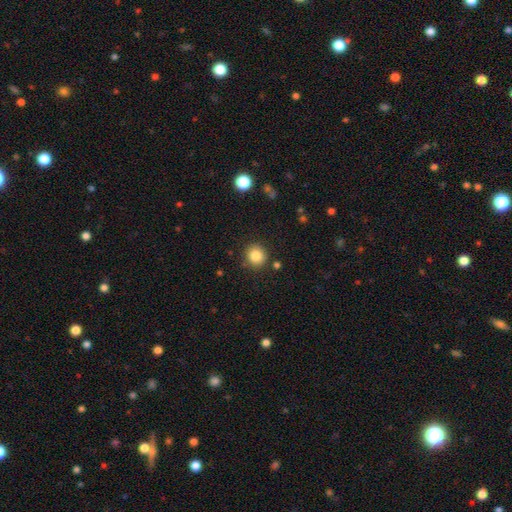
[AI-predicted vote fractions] Smooth or featured? Predicted: smooth (p=0.85). How rounded? Predicted: round (p=0.91). Merging? Predicted: none (p=0.86).